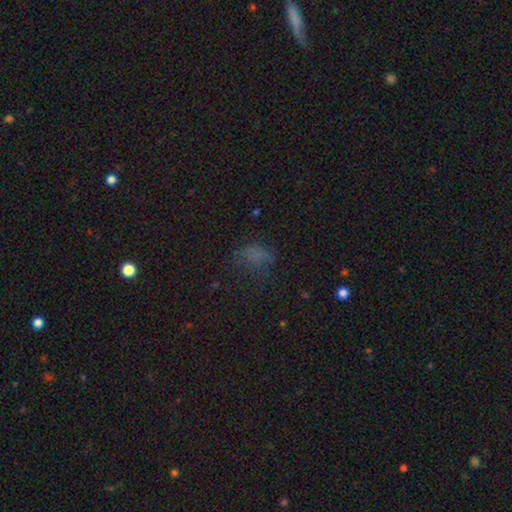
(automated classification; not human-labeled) smooth 59%, star or artifact 26%, featured or disk 15%. Down the decision tree: how rounded — in between (75%); merging — none (48%).